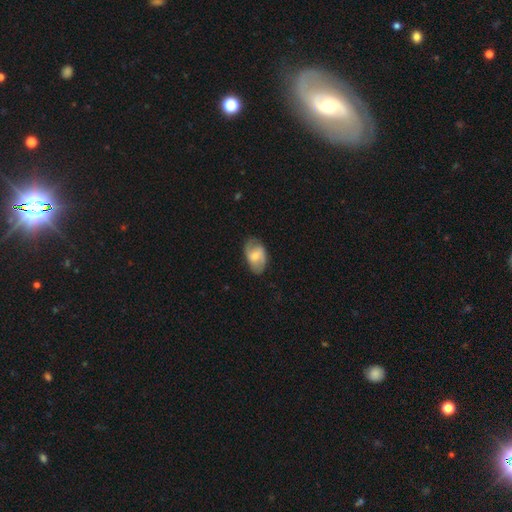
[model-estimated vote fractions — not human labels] Overall: smooth (48%; featured or disk 46%). Merging: none (74%).